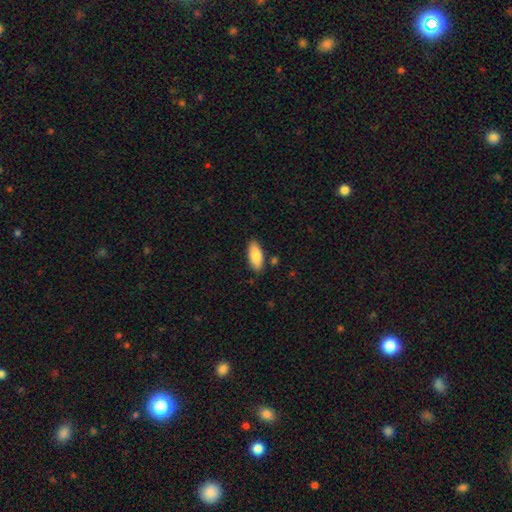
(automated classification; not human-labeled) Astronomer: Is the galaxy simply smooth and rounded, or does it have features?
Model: smooth — 83%.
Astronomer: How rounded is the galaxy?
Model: in between — 83%.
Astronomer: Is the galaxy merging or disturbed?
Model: none — 85%.